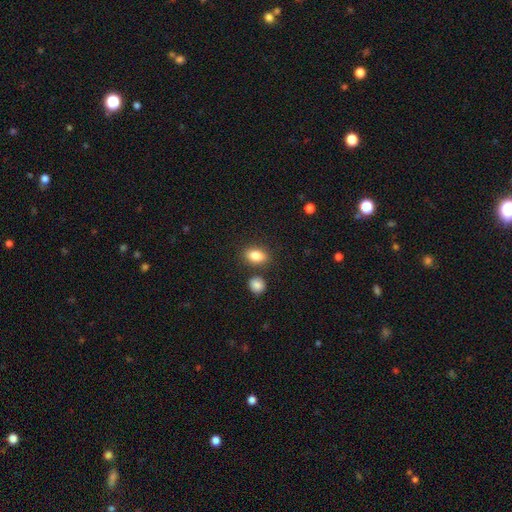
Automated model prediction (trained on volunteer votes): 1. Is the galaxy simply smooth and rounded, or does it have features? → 85% smooth, 8% star or artifact, 7% featured or disk.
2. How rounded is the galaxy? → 83% in between, 14% round, 2% cigar-shaped.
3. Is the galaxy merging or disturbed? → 78% none, 11% minor disturbance, 8% merger, 3% major disturbance.